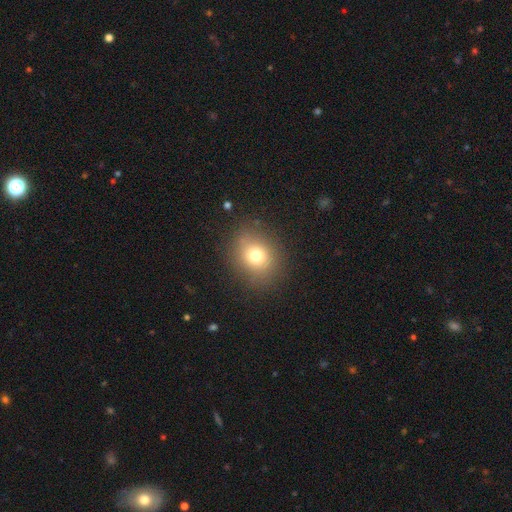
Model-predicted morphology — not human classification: Q: Smooth or featured?
A: smooth (74%); runner-up: star or artifact (14%)
Q: How rounded?
A: round (70%); runner-up: in between (30%)
Q: Merging?
A: none (84%); runner-up: minor disturbance (10%)